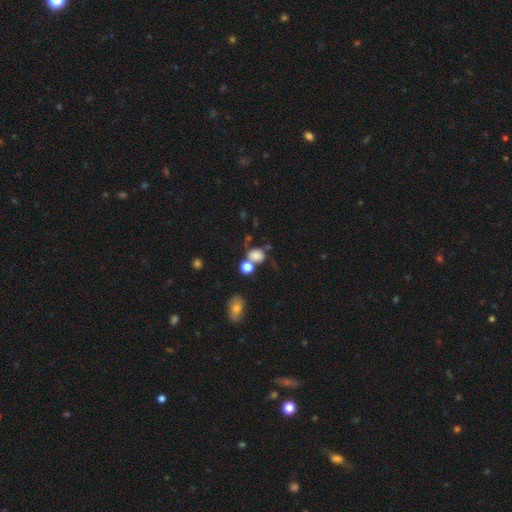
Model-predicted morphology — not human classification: smooth_or_featured: smooth (p=0.78) [alt: star or artifact p=0.13]
how_rounded: round (p=0.52) [alt: in between p=0.47]
merging: none (p=0.43) [alt: merger p=0.31]